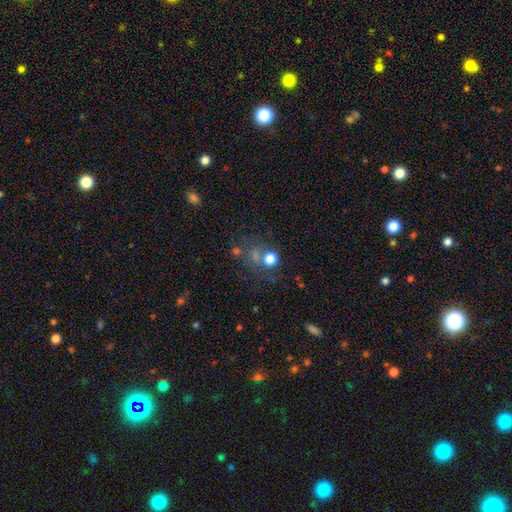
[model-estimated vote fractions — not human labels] Smooth or featured? smooth (47%)
Merging? none (57%)